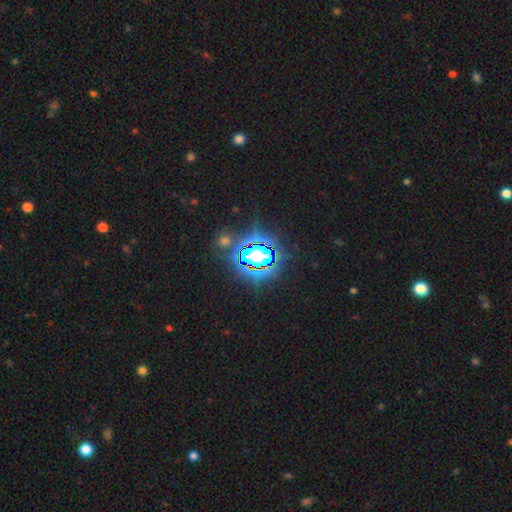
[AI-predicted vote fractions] Smooth or featured? Predicted: star or artifact (p=0.84).